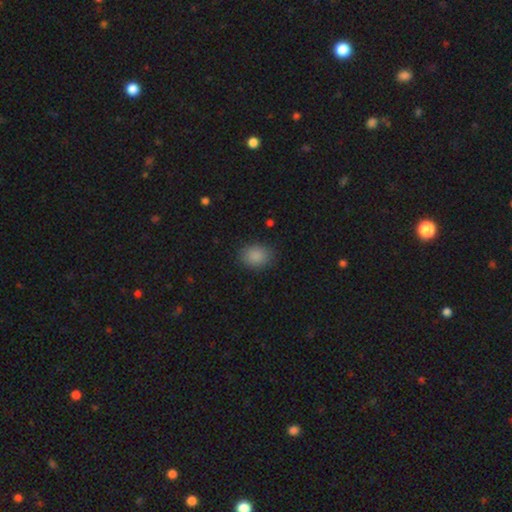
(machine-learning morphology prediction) Smooth or featured: smooth — 87% (star or artifact — 9%)
How rounded: in between — 57% (round — 42%)
Merging: none — 84% (minor disturbance — 12%)